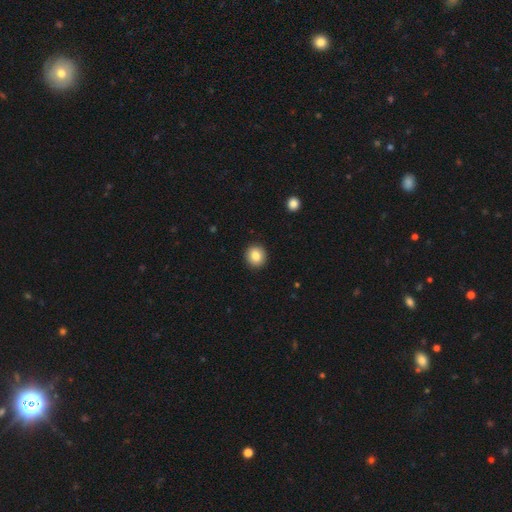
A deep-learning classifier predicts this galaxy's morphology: This is clearly a smooth galaxy (84%). How rounded: clearly round (89%). Merging: clearly none (92%).